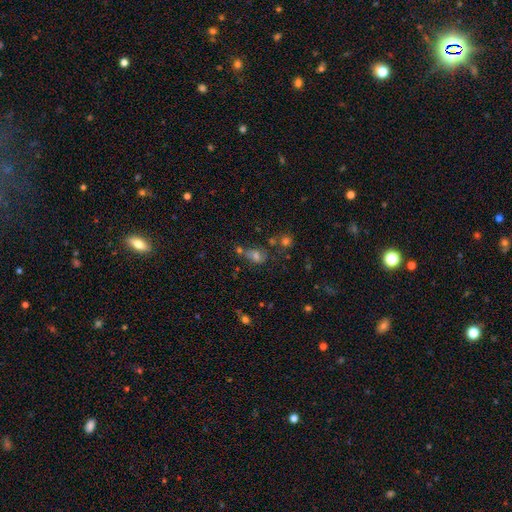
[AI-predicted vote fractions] Smooth or featured: smooth — 49% (star or artifact — 26%)
Merging: none — 46% (merger — 20%)